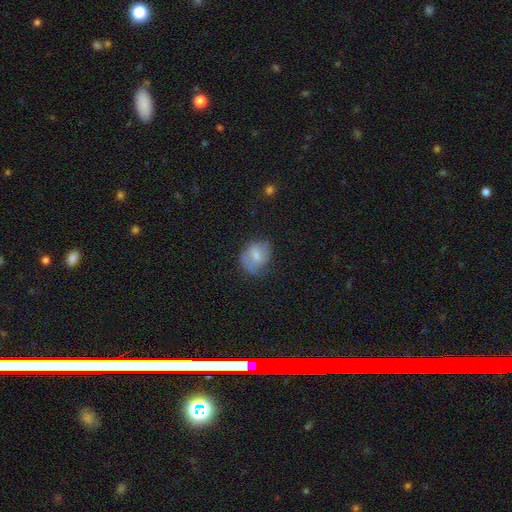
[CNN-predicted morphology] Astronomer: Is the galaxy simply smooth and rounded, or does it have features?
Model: smooth — 64%.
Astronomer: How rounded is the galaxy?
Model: in between — 50% (runner-up: round, 49%).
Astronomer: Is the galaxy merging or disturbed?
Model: none — 55% (runner-up: minor disturbance, 30%).